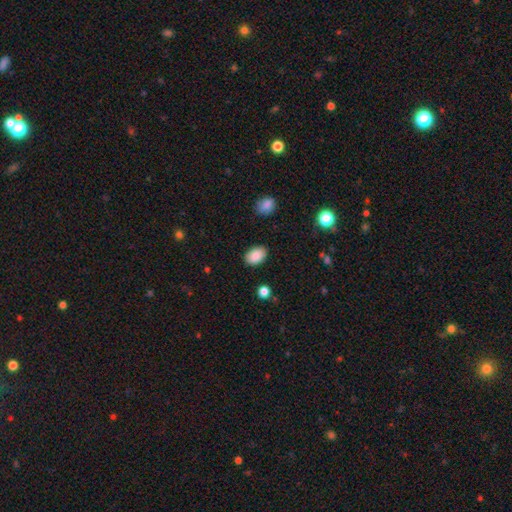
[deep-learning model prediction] Smooth or featured? Predicted: smooth (p=0.88). How rounded? Predicted: in between (p=0.87). Merging? Predicted: none (p=0.86).